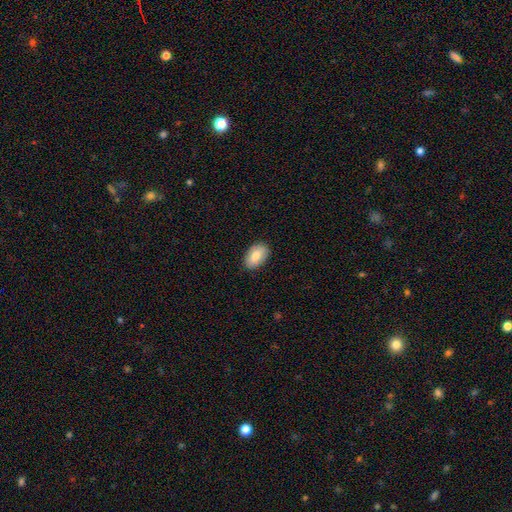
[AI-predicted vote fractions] This appears to be a smooth galaxy with no disk features (80%) that is in between round and cigar-shaped (92%). Merging: none (87%).